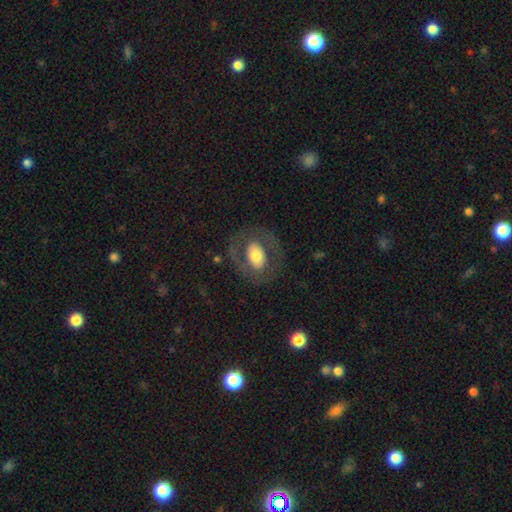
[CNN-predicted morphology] The model was most divided on "smooth or featured": smooth: 48%, featured or disk: 46%, star or artifact: 6%. More confident: merging — none (74%).